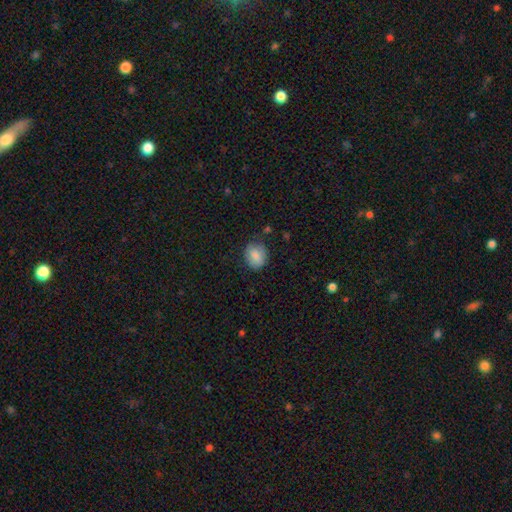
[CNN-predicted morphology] Smooth or featured? smooth (82%)
How rounded? round (55%)
Merging? none (72%)